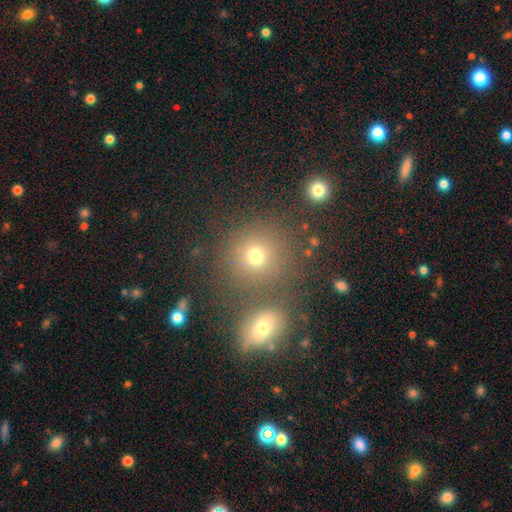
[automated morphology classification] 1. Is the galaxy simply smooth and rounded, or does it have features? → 71% smooth, 20% star or artifact, 9% featured or disk.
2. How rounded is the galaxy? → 88% round, 10% in between, 1% cigar-shaped.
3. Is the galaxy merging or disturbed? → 67% none, 22% merger, 7% minor disturbance, 4% major disturbance.